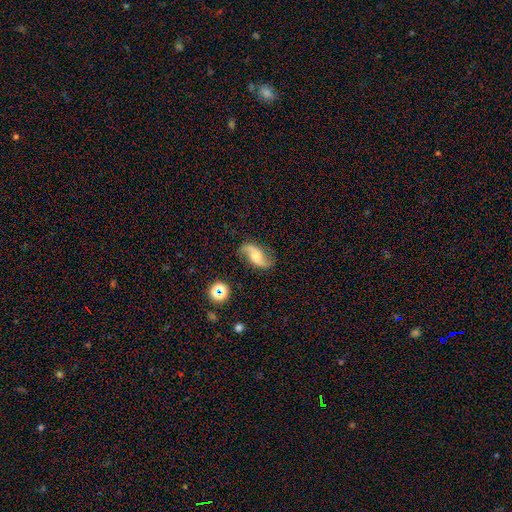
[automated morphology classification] type=featured or disk (73%); edge-on=no (96%); bar=no (57%); spiral arms=yes (95%); winding=loose (74%); arm count=2 (92%); bulge=moderate (44%); merging=none (77%).